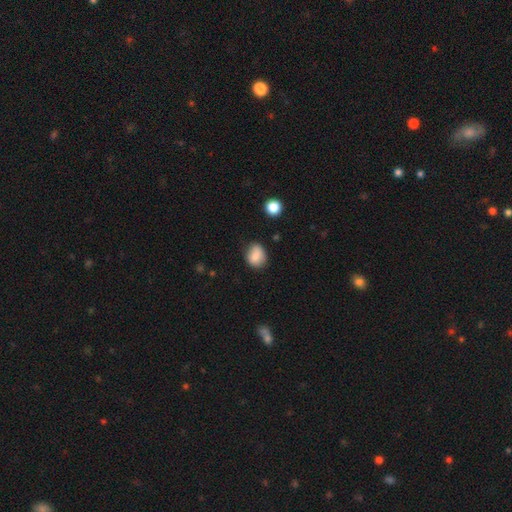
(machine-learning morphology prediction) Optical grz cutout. It shows a smooth galaxy with no disk features (81%) that is round (51%). Merging: none (66%).